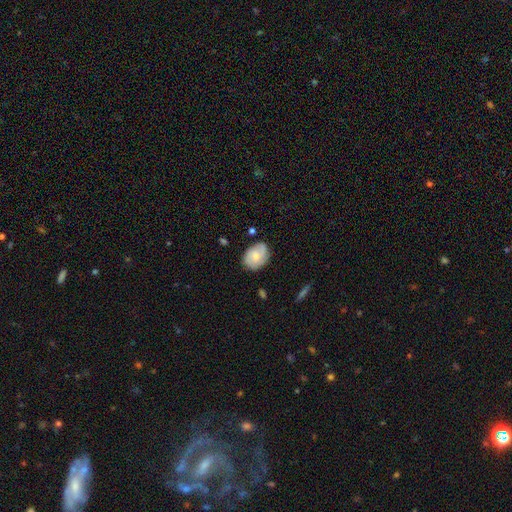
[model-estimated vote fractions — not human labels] This is possibly a smooth galaxy (55%). How rounded: likely in between (65%). Merging: likely none (71%).